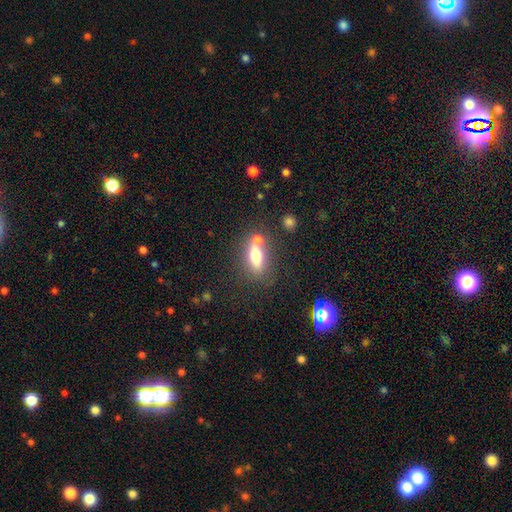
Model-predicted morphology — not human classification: Smooth or featured: smooth — 65% (featured or disk — 25%)
How rounded: in between — 68% (cigar-shaped — 24%)
Merging: none — 52% (merger — 29%)